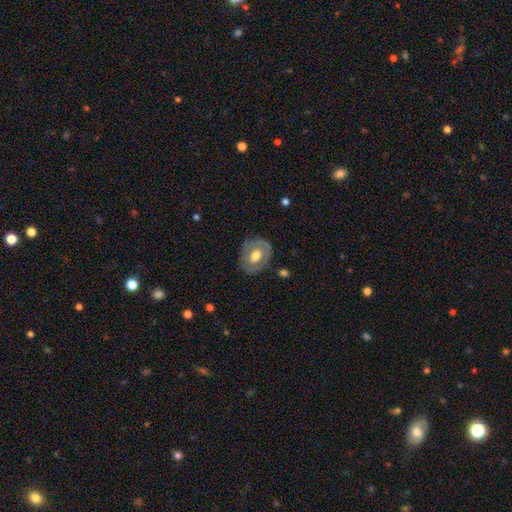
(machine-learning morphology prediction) Smooth or featured? smooth (48%)
Merging? none (77%)